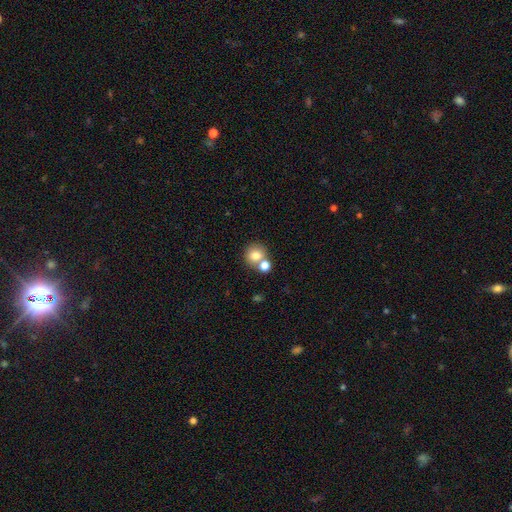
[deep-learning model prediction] This is likely a smooth galaxy (79%). How rounded: clearly round (84%). Merging: possibly none (52%).